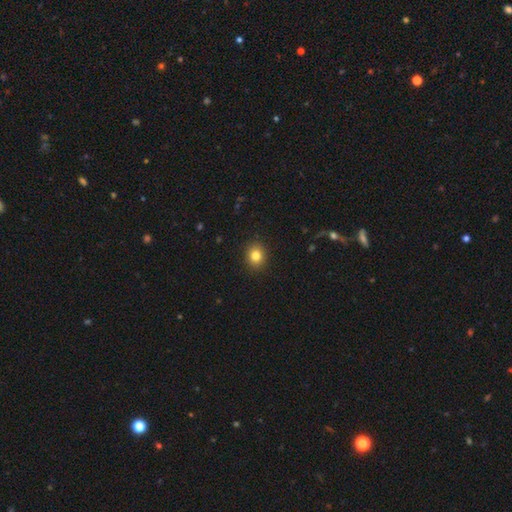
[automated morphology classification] This is clearly a smooth galaxy (83%). How rounded: likely round (71%). Merging: clearly none (91%).